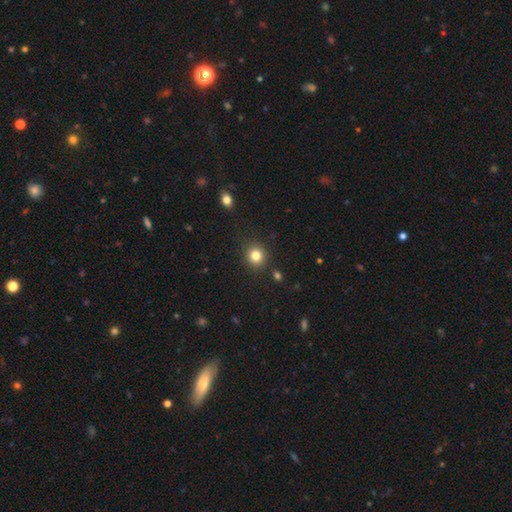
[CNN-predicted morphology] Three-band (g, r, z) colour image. It shows a smooth galaxy with no disk features (82%) that is round (89%). Merging: none (89%).